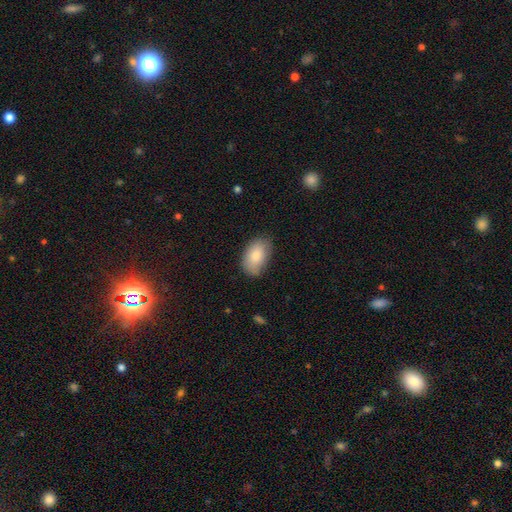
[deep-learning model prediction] smooth-or-featured: smooth: 84% | featured or disk: 10% | star or artifact: 6%
  how-rounded: in between: 92% | round: 7% | cigar-shaped: 1%
  merging: none: 73% | minor disturbance: 21% | major disturbance: 4% | merger: 1%